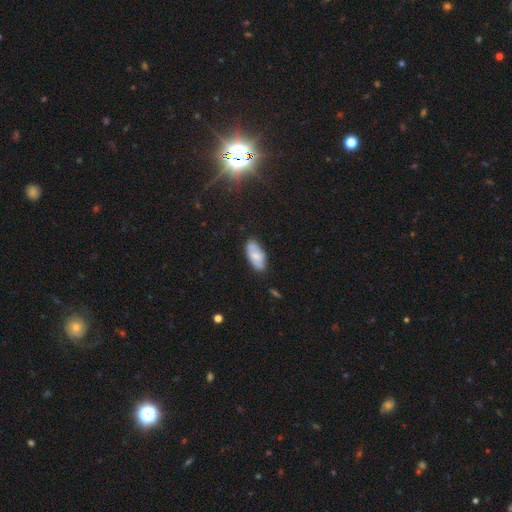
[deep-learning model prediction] smooth-or-featured: smooth: 64% | featured or disk: 29% | star or artifact: 7%
  how-rounded: in between: 91% | cigar-shaped: 6% | round: 2%
  merging: none: 76% | minor disturbance: 19% | major disturbance: 3% | merger: 2%